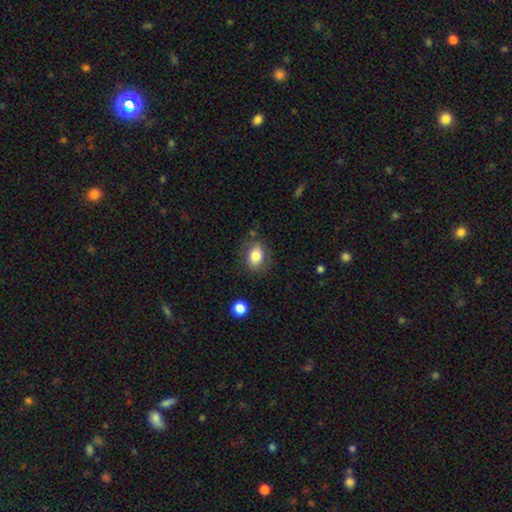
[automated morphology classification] smooth-or-featured: smooth: 80% | featured or disk: 11% | star or artifact: 9%
  how-rounded: in between: 62% | round: 37% | cigar-shaped: 1%
  merging: none: 76% | minor disturbance: 16% | major disturbance: 5% | merger: 2%